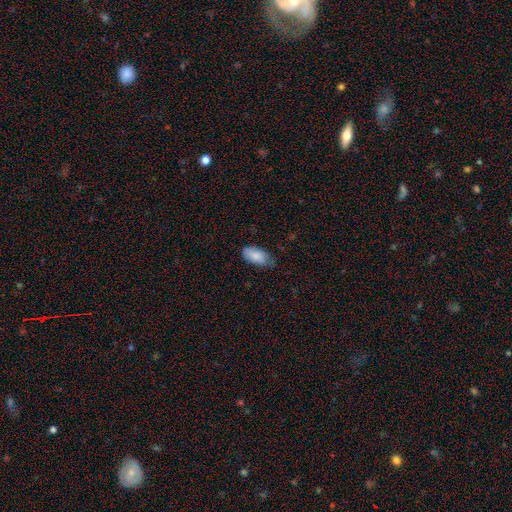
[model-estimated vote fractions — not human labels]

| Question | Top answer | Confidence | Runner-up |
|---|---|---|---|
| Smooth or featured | smooth | 86% | featured or disk (8%) |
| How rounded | in between | 93% | cigar-shaped (4%) |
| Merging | none | 62% | minor disturbance (31%) |